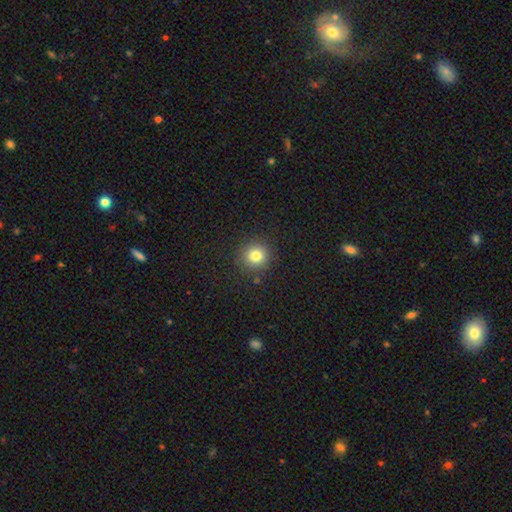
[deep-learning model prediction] Q: Smooth or featured?
A: smooth (80%); runner-up: star or artifact (14%)
Q: How rounded?
A: round (93%); runner-up: in between (6%)
Q: Merging?
A: none (89%); runner-up: minor disturbance (7%)